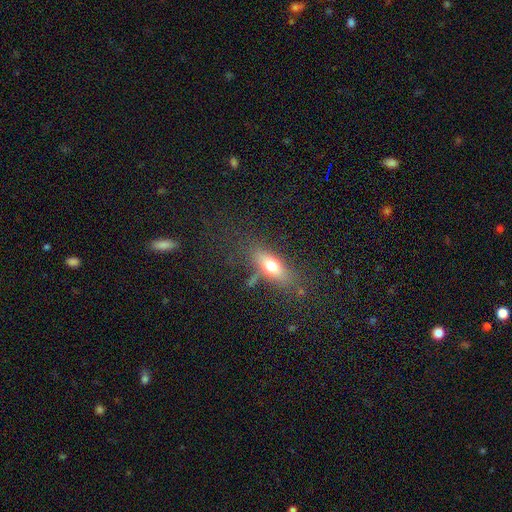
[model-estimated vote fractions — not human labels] This is possibly a smooth galaxy (54%). How rounded: possibly in between (51%). Merging: likely none (73%).